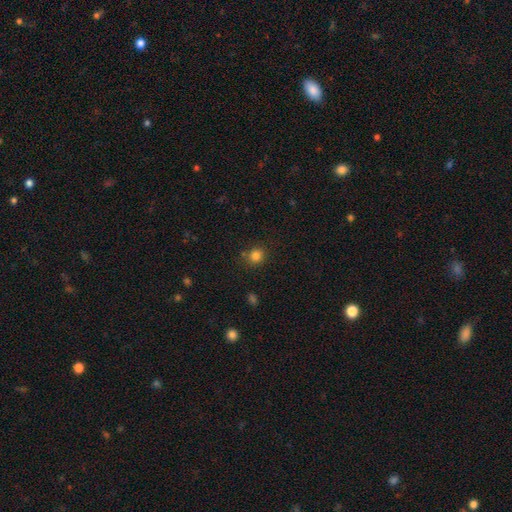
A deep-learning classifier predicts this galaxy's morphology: A smooth galaxy with no disk features (81%) that is round (82%).

Vote fractions:
- Smooth or featured? smooth: 81% / star or artifact: 14% / featured or disk: 5%
- How rounded? round: 82% / in between: 17% / cigar-shaped: 1%
- Merging? none: 79% / minor disturbance: 11% / merger: 7% / major disturbance: 3%